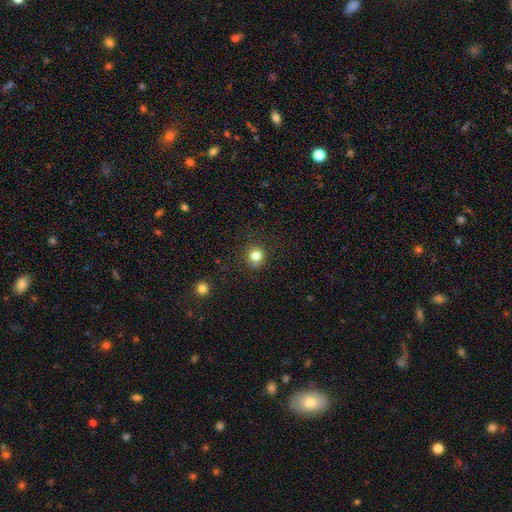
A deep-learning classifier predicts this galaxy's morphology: Smooth or featured?
  - smooth: 82% *
  - star or artifact: 12%
  - featured or disk: 6%
How rounded?
  - round: 88% *
  - in between: 11%
  - cigar-shaped: 1%
Merging?
  - none: 87% *
  - minor disturbance: 9%
  - major disturbance: 3%
  - merger: 1%